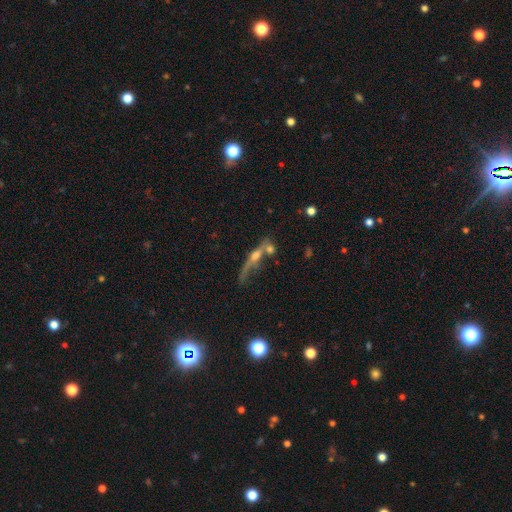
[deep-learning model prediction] This is likely a featured or disk galaxy (61%). It is likely viewed edge-on (70%). Merging: marginally none (34%).